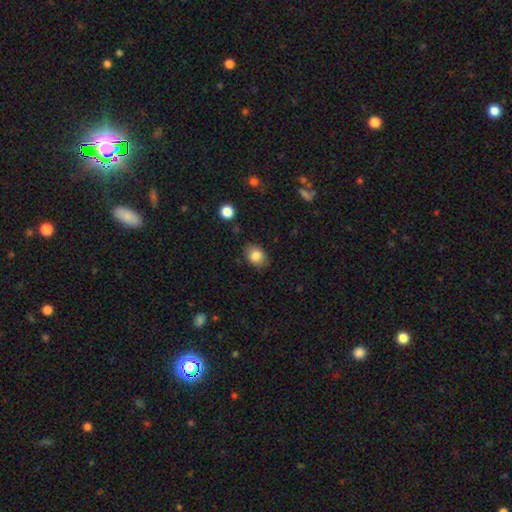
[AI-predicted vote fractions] Smooth or featured? smooth (83%)
How rounded? in between (67%)
Merging? none (79%)